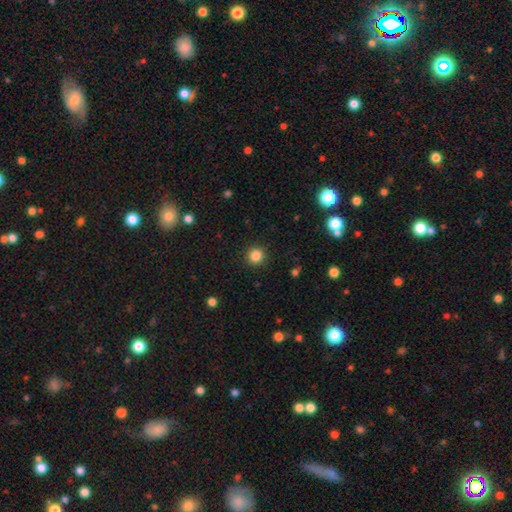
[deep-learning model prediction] smooth_or_featured: smooth (p=0.85) [alt: star or artifact p=0.12]
how_rounded: round (p=0.93) [alt: in between p=0.06]
merging: none (p=0.91) [alt: minor disturbance p=0.06]